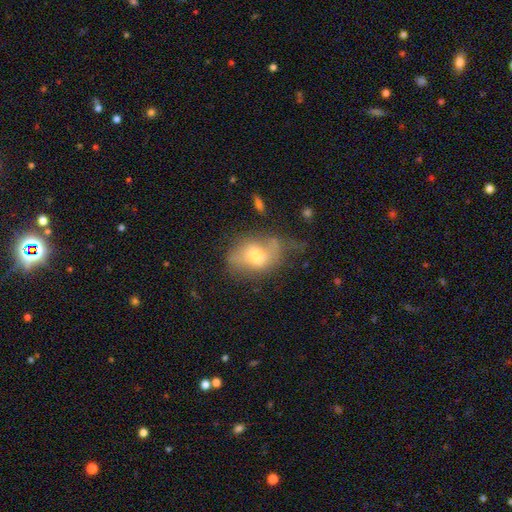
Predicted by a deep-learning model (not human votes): The model was most divided on "merging": none: 38%, minor disturbance: 32%, major disturbance: 23%, merger: 7%. More confident: how rounded — in between (78%); smooth or featured — smooth (53%).